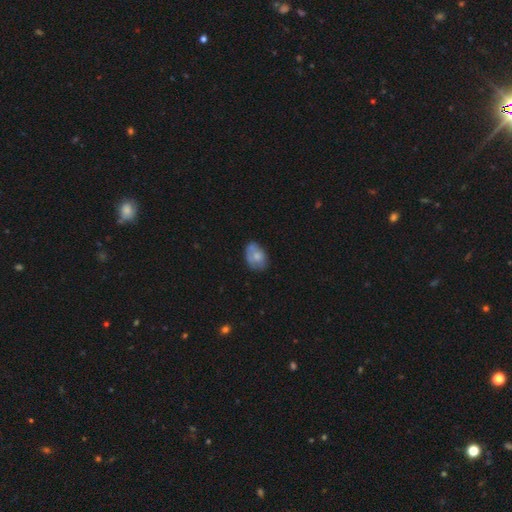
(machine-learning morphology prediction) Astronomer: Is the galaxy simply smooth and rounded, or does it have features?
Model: smooth — 63%.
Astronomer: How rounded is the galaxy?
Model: in between — 77%.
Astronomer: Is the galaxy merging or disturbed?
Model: none — 54% (runner-up: minor disturbance, 29%).